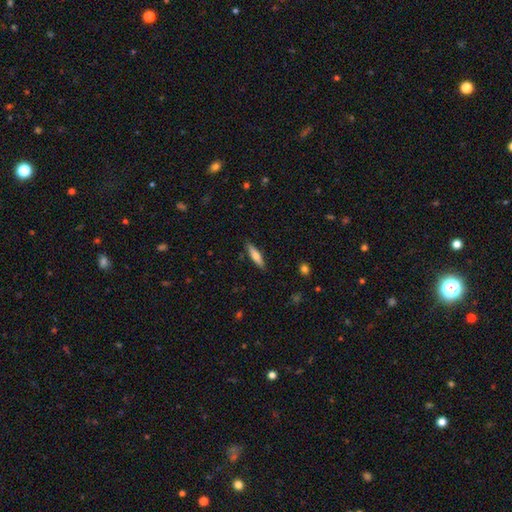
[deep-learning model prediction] smooth_or_featured: smooth (p=0.61) [alt: featured or disk p=0.33]
how_rounded: cigar-shaped (p=0.76) [alt: in between p=0.22]
merging: none (p=0.88) [alt: minor disturbance p=0.09]